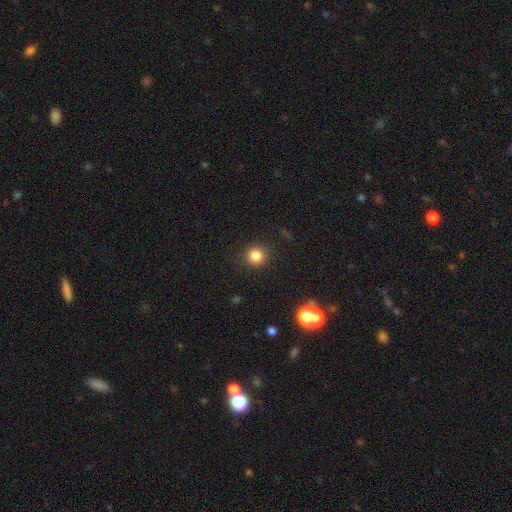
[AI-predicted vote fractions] Q: Smooth or featured?
A: smooth (83%); runner-up: star or artifact (12%)
Q: How rounded?
A: round (93%); runner-up: in between (6%)
Q: Merging?
A: none (90%); runner-up: minor disturbance (6%)